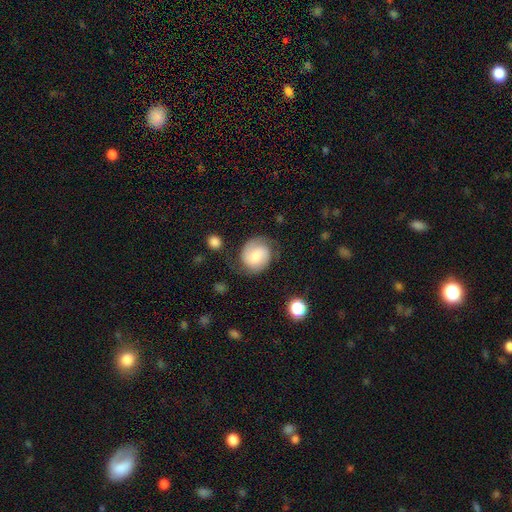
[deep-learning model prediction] smooth_or_featured: featured or disk (p=0.52) [alt: smooth p=0.40]
disk_edge_on: no (p=0.98) [alt: yes p=0.02]
bar: weak (p=0.46) [alt: no p=0.39]
has_spiral_arms: yes (p=0.90) [alt: no p=0.10]
bulge_size: moderate (p=0.42) [alt: small p=0.35]
merging: none (p=0.70) [alt: minor disturbance p=0.19]